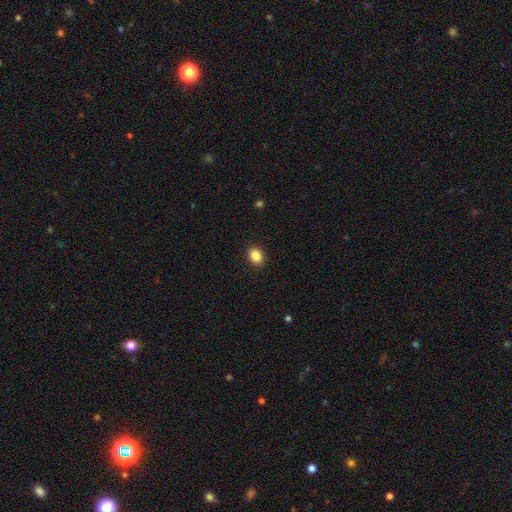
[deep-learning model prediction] Smooth or featured?
  - smooth: 87% *
  - star or artifact: 9%
  - featured or disk: 4%
How rounded?
  - in between: 53% *
  - round: 46%
  - cigar-shaped: 1%
Merging?
  - none: 91% *
  - minor disturbance: 6%
  - major disturbance: 2%
  - merger: 1%